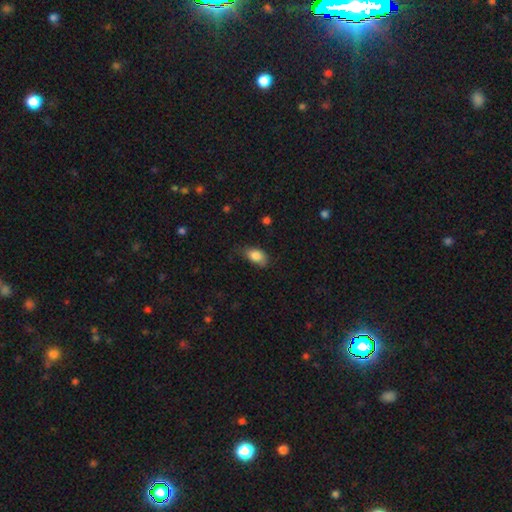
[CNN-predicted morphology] Smooth or featured: smooth — 84% (featured or disk — 8%)
How rounded: in between — 89% (round — 9%)
Merging: none — 54% (minor disturbance — 35%)